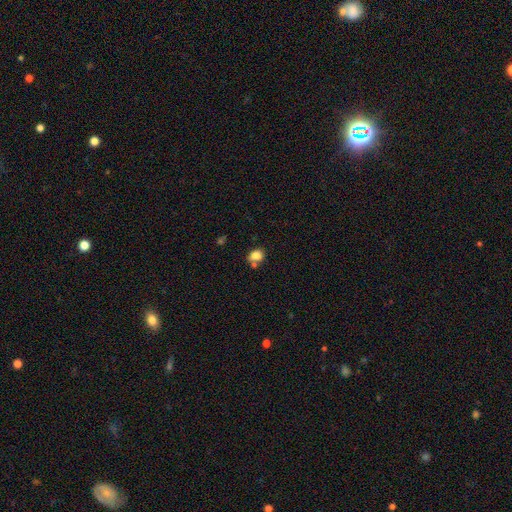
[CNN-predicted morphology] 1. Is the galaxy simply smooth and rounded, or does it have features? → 82% smooth, 11% star or artifact, 7% featured or disk.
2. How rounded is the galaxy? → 55% in between, 44% round, 1% cigar-shaped.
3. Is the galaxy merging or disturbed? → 54% none, 25% merger, 15% minor disturbance, 5% major disturbance.